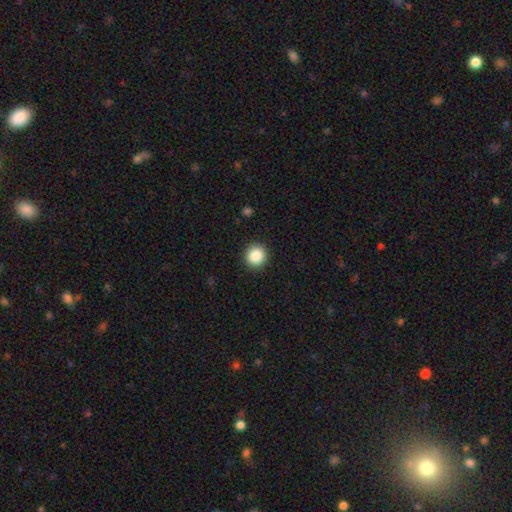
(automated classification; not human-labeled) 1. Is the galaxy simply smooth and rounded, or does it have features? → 87% smooth, 9% star or artifact, 4% featured or disk.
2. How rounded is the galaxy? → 93% round, 6% in between, 1% cigar-shaped.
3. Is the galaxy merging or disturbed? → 92% none, 5% minor disturbance, 2% major disturbance, 1% merger.